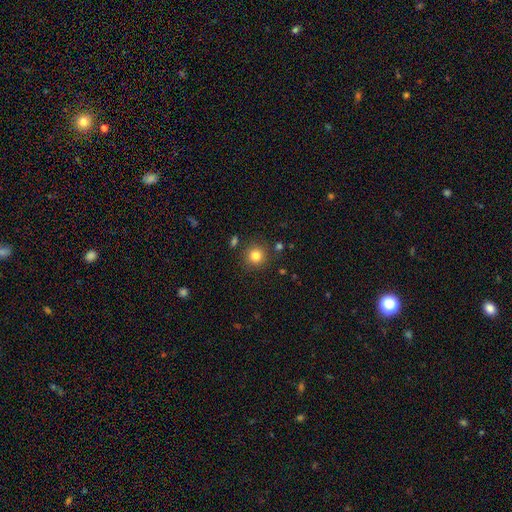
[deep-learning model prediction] A smooth galaxy with no disk features (82%) that is round (93%).

Vote fractions:
- Smooth or featured? smooth: 82% / star or artifact: 12% / featured or disk: 6%
- How rounded? round: 93% / in between: 7% / cigar-shaped: 1%
- Merging? none: 87% / minor disturbance: 7% / merger: 3% / major disturbance: 3%